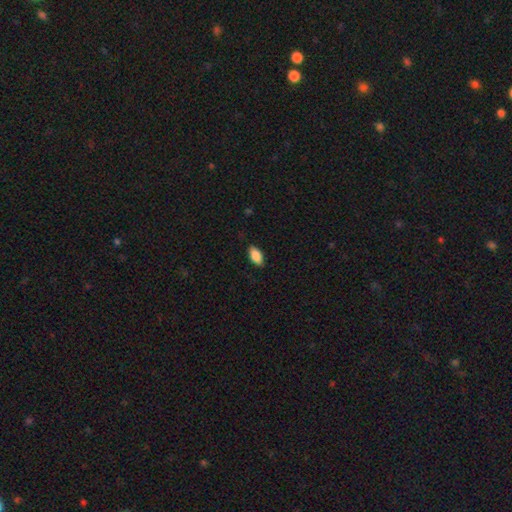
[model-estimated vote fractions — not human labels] smooth_or_featured: smooth (p=0.87) [alt: star or artifact p=0.07]
how_rounded: in between (p=0.92) [alt: cigar-shaped p=0.04]
merging: none (p=0.85) [alt: minor disturbance p=0.12]